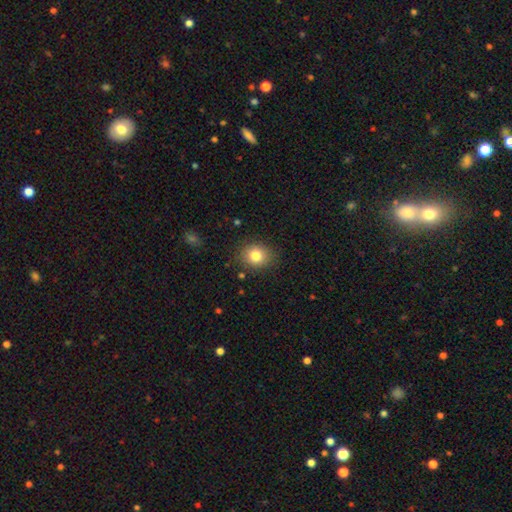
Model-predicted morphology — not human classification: Smooth or featured? smooth (81%)
How rounded? round (73%)
Merging? none (86%)